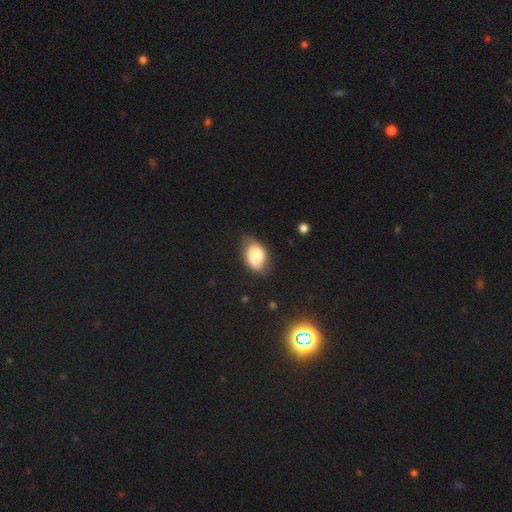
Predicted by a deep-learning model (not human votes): smooth 65%, featured or disk 27%, star or artifact 9%. Down the decision tree: how rounded — in between (87%); merging — none (60%).